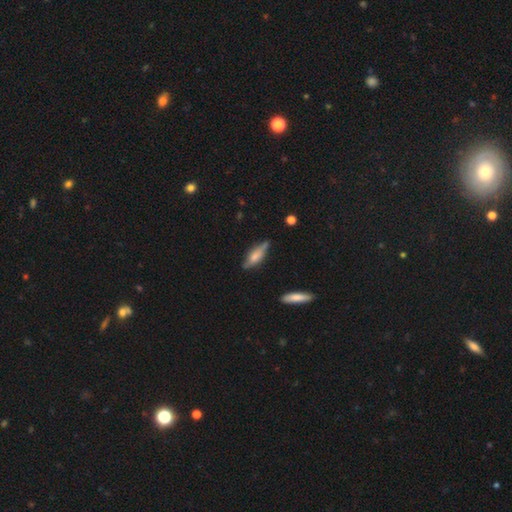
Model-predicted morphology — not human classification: Q: Smooth or featured?
A: smooth (52%); runner-up: featured or disk (41%)
Q: How rounded?
A: cigar-shaped (52%); runner-up: in between (46%)
Q: Merging?
A: none (67%); runner-up: minor disturbance (25%)